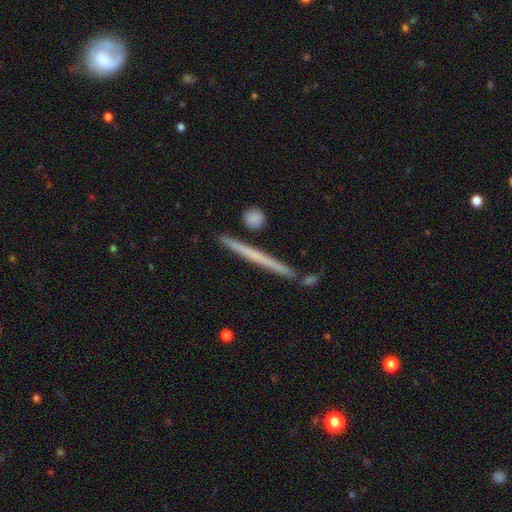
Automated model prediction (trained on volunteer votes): Morphology: type=featured or disk (49%); merging=none (86%).